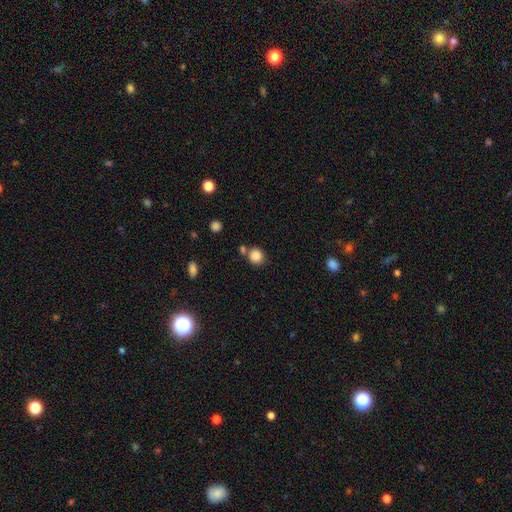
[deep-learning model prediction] Smooth or featured: smooth — 85% (star or artifact — 10%)
How rounded: round — 85% (in between — 14%)
Merging: none — 69% (merger — 16%)